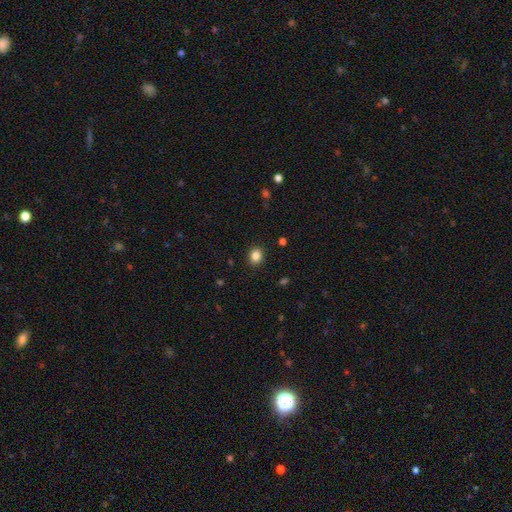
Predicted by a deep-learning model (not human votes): Overall: smooth (84%). How rounded: round (67%; in between 32%). Merging: none (90%).